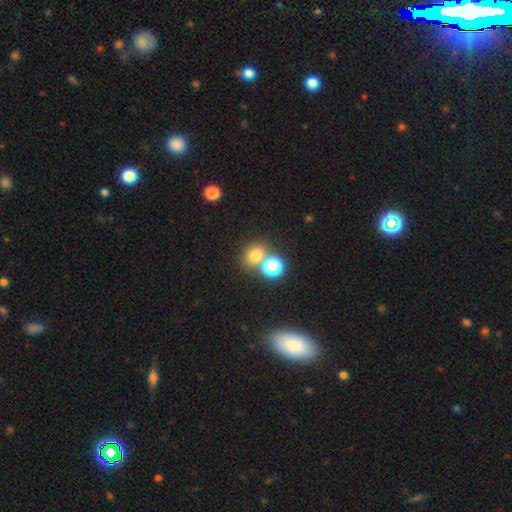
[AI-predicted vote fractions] Smooth or featured: smooth — 71% (star or artifact — 20%)
How rounded: round — 67% (in between — 32%)
Merging: none — 59% (merger — 29%)